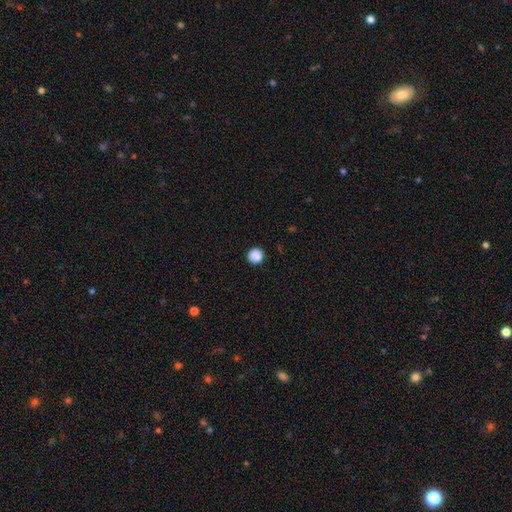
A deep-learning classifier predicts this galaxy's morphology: smooth-or-featured: smooth: 88% | star or artifact: 9% | featured or disk: 3%
  how-rounded: round: 94% | in between: 5% | cigar-shaped: 1%
  merging: none: 90% | minor disturbance: 7% | major disturbance: 2% | merger: 1%